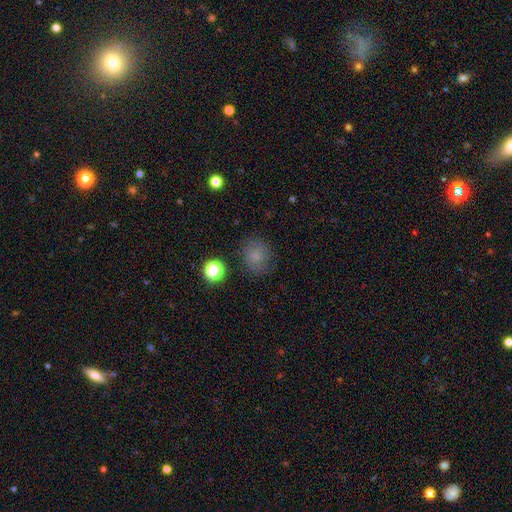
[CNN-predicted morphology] The model was most divided on "how rounded": round: 76%, in between: 23%, cigar-shaped: 1%. More confident: merging — none (78%); smooth or featured — smooth (75%).